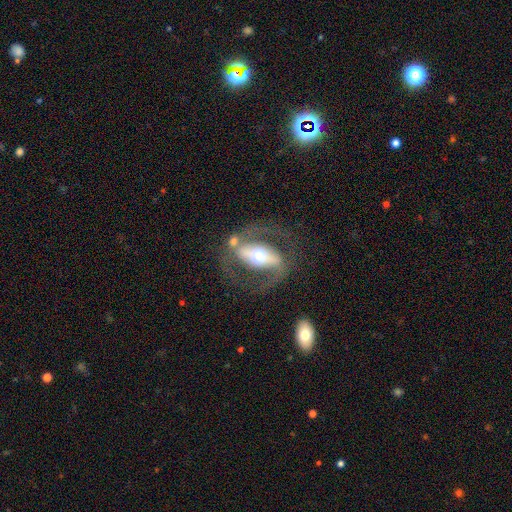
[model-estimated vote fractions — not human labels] A featured or disk galaxy (82%) with a strong bar (61%), 2 (87%) medium (50%) spiral arms (73%) and a moderate central bulge (67%).

Vote fractions:
- Smooth or featured? featured or disk: 82% / smooth: 13% / star or artifact: 5%
- Edge-on disk? no: 89% / yes: 11%
- Bar? strong: 61% / weak: 21% / no: 18%
- Spiral arms? yes: 73% / no: 27%
- Spiral winding? medium: 50% / tight: 26% / loose: 23%
- Spiral arm count? 2: 87% / can't tell: 7% / 1: 3% / 3: 1% / more than 4: 1% / 4: 1%
- Bulge size? moderate: 67% / large: 20% / small: 9% / dominant: 2% / none: 1%
- Merging? none: 67% / minor disturbance: 14% / major disturbance: 13% / merger: 5%